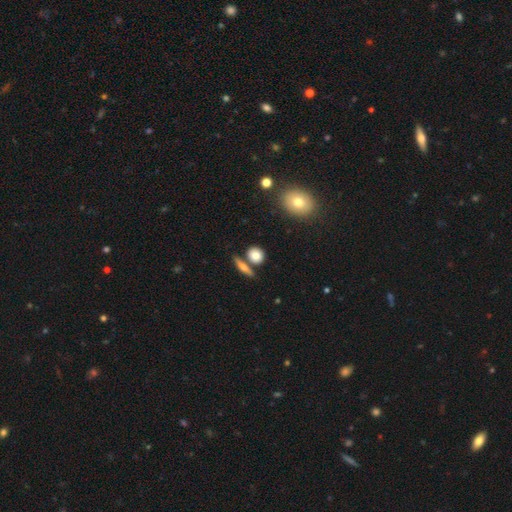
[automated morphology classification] Overall: smooth (79%). How rounded: round (67%; in between 28%). Merging: none (70%).